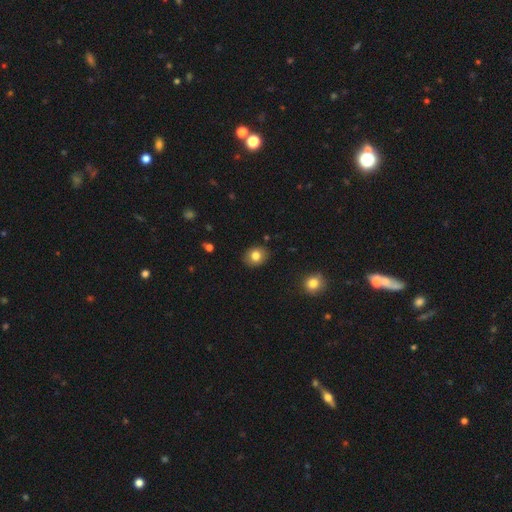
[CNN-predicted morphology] A smooth galaxy with no disk features (81%) that is round (58%).

Vote fractions:
- Smooth or featured? smooth: 81% / star or artifact: 10% / featured or disk: 10%
- How rounded? round: 58% / in between: 41% / cigar-shaped: 1%
- Merging? none: 87% / minor disturbance: 9% / major disturbance: 2% / merger: 1%